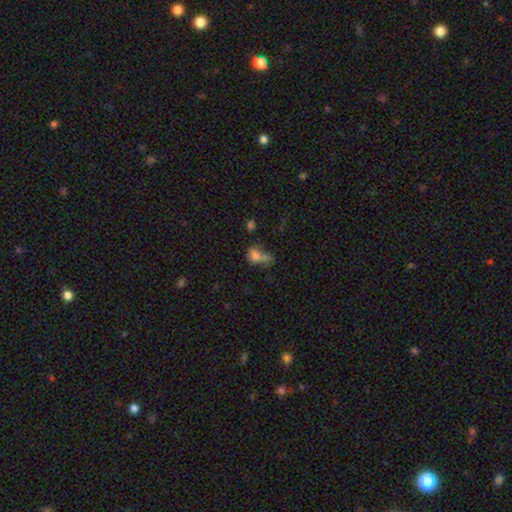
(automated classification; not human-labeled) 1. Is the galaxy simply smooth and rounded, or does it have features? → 70% smooth, 15% featured or disk, 15% star or artifact.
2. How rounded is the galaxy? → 59% in between, 39% round, 2% cigar-shaped.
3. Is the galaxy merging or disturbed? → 36% merger, 27% none, 19% major disturbance, 18% minor disturbance.